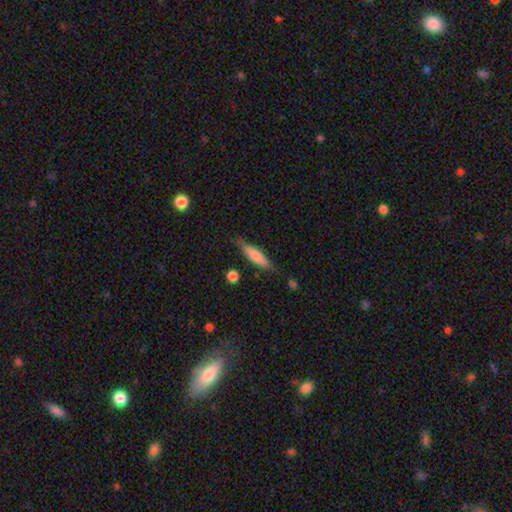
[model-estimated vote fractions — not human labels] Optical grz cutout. It shows a smooth galaxy with no disk features (69%) that is cigar-shaped (76%). Merging: none (73%).